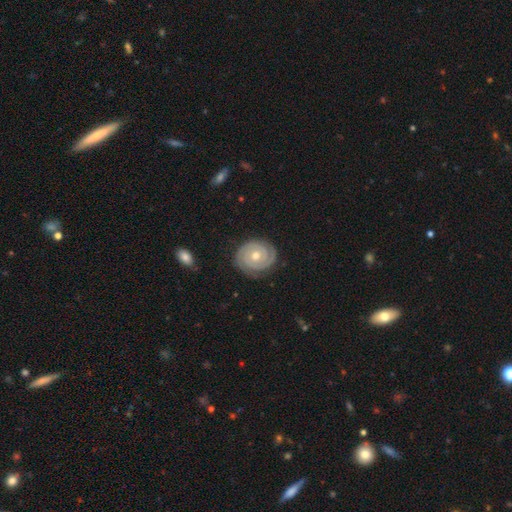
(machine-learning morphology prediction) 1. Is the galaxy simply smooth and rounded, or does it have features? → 88% featured or disk, 7% smooth, 5% star or artifact.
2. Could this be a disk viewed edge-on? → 98% no, 2% yes.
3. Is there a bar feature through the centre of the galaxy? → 77% no, 17% weak, 6% strong.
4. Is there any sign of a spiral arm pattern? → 97% yes, 3% no.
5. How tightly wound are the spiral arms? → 85% tight, 12% medium, 2% loose.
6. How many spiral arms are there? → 83% 2, 6% can't tell, 6% 3, 2% 1, 2% 4, 2% more than 4.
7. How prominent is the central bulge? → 65% moderate, 31% small, 2% large, 1% none, 1% dominant.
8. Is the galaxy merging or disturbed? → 85% none, 11% minor disturbance, 3% major disturbance, 1% merger.